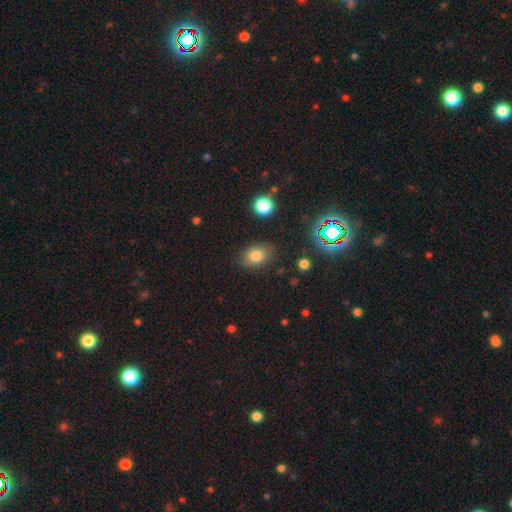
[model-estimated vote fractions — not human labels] The model was most divided on "how rounded": in between: 73%, round: 25%, cigar-shaped: 1%. More confident: merging — none (81%); smooth or featured — smooth (78%).